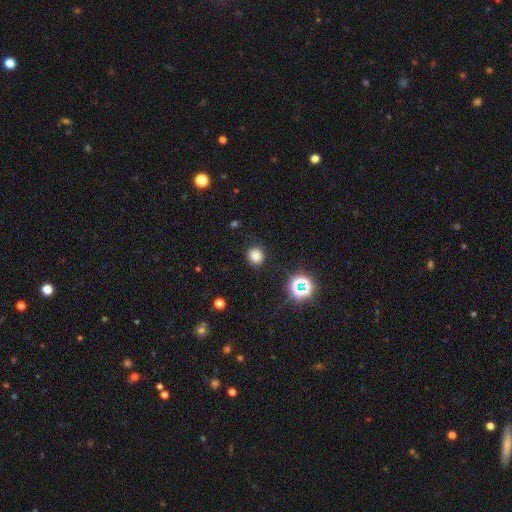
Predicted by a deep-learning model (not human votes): smooth 78%, star or artifact 18%, featured or disk 4%. Down the decision tree: how rounded — round (82%); merging — none (85%).